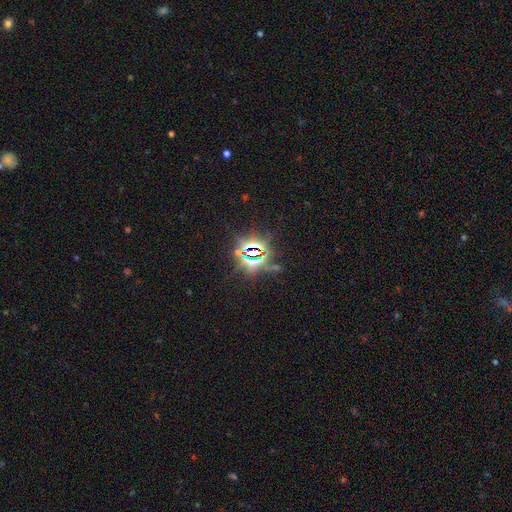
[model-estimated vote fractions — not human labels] Smooth or featured? Predicted: star or artifact (p=0.83).